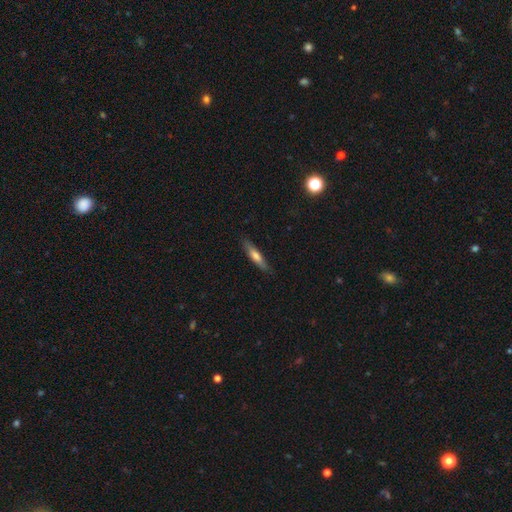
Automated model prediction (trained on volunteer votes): A smooth galaxy with no disk features (62%) that is cigar-shaped (84%). Merging: none (86%).